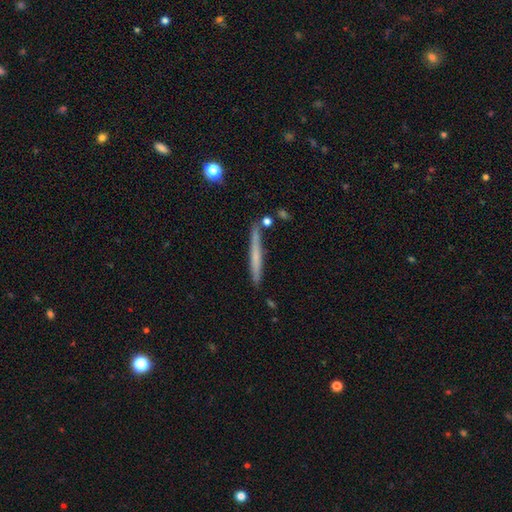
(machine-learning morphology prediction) A smooth galaxy with no disk features (52%) that is cigar-shaped (96%).

Vote fractions:
- Smooth or featured? smooth: 52% / featured or disk: 41% / star or artifact: 6%
- How rounded? cigar-shaped: 96% / in between: 2% / round: 1%
- Merging? none: 83% / minor disturbance: 11% / merger: 4% / major disturbance: 2%